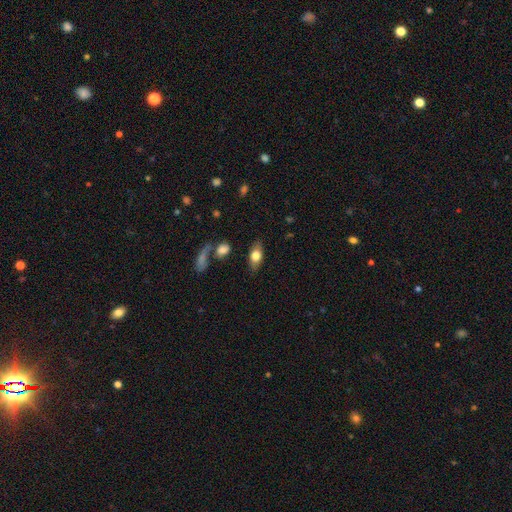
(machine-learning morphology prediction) Smooth or featured? smooth (67%)
How rounded? in between (83%)
Merging? none (81%)